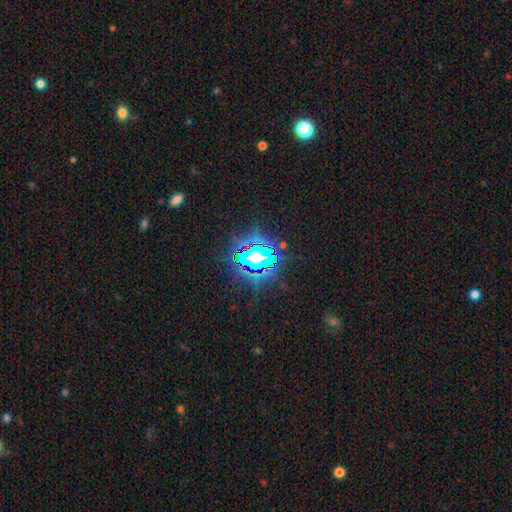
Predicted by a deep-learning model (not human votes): Q: Smooth or featured?
A: star or artifact (80%); runner-up: smooth (12%)